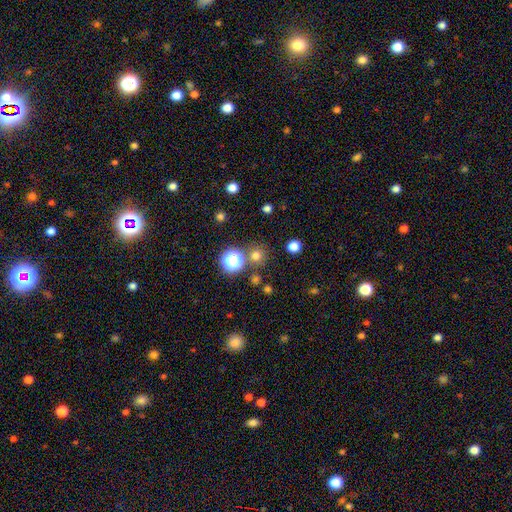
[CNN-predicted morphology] Smooth or featured: smooth — 71% (star or artifact — 23%)
How rounded: round — 91% (in between — 8%)
Merging: none — 79% (merger — 9%)